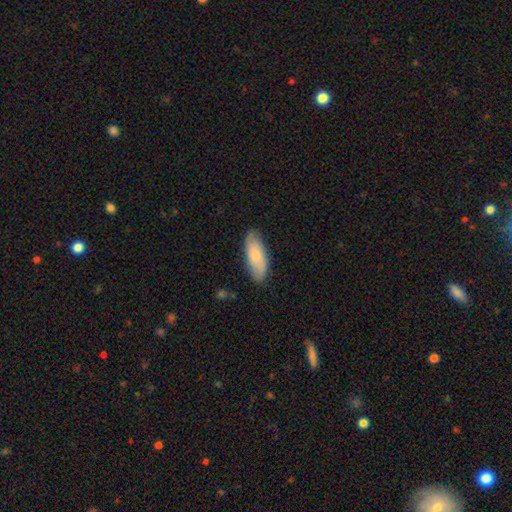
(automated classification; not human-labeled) This is likely a smooth galaxy (67%). How rounded: likely in between (79%). Merging: clearly none (81%).